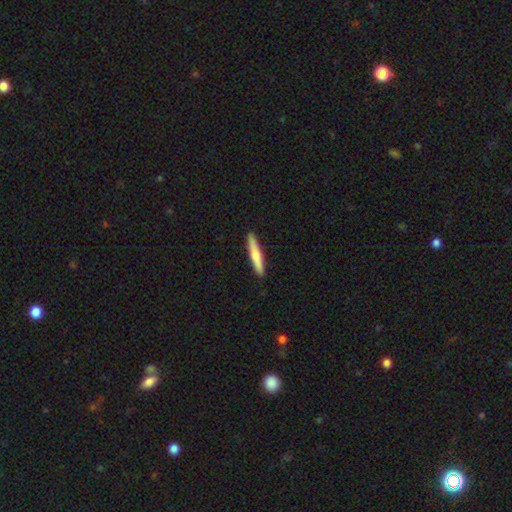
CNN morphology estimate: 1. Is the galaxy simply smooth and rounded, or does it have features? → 68% smooth, 27% featured or disk, 5% star or artifact.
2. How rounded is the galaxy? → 93% cigar-shaped, 5% in between, 1% round.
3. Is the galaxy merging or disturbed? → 91% none, 7% minor disturbance, 1% major disturbance, 1% merger.